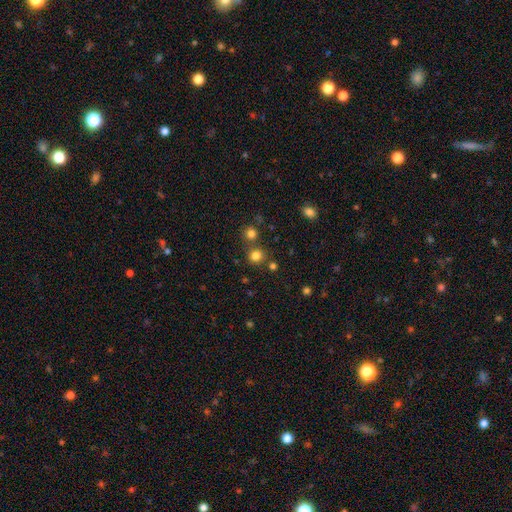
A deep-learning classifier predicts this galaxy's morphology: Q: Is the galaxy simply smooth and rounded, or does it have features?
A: smooth — 78%.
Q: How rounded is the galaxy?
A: round — 90%.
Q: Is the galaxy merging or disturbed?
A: none — 74%.